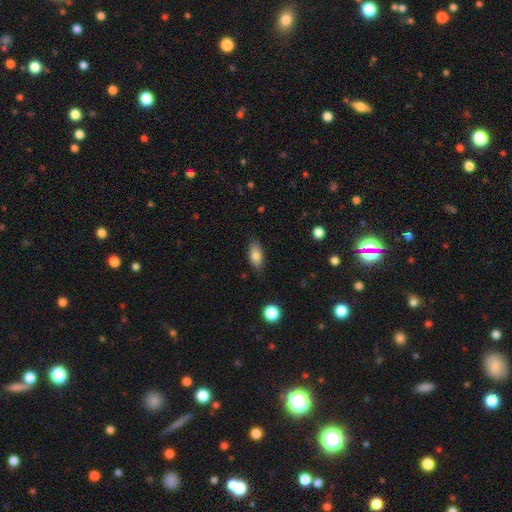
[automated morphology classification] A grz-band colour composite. It shows a smooth galaxy with no disk features (83%) that is in between round and cigar-shaped (87%). Merging: none (81%).